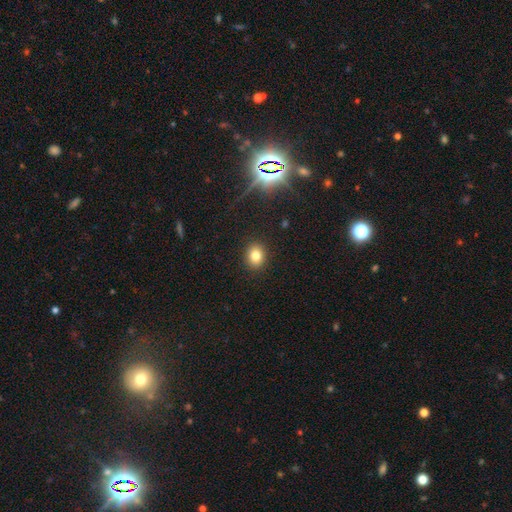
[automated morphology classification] Smooth or featured? Predicted: smooth (p=0.80). How rounded? Predicted: round (p=0.62). Merging? Predicted: none (p=0.90).